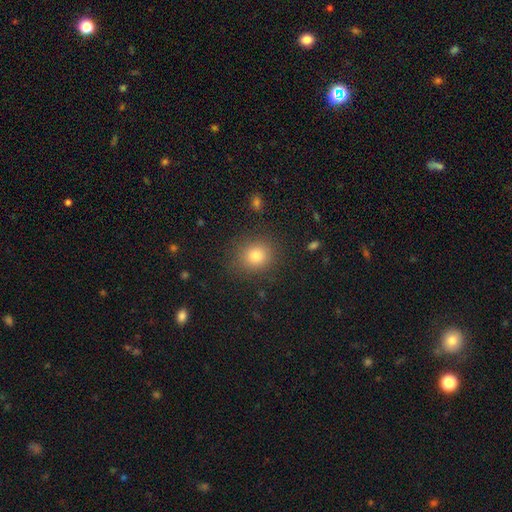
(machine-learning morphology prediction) Smooth or featured?
  - smooth: 80% *
  - star or artifact: 13%
  - featured or disk: 7%
How rounded?
  - round: 79% *
  - in between: 20%
  - cigar-shaped: 1%
Merging?
  - none: 86% *
  - minor disturbance: 9%
  - major disturbance: 4%
  - merger: 2%